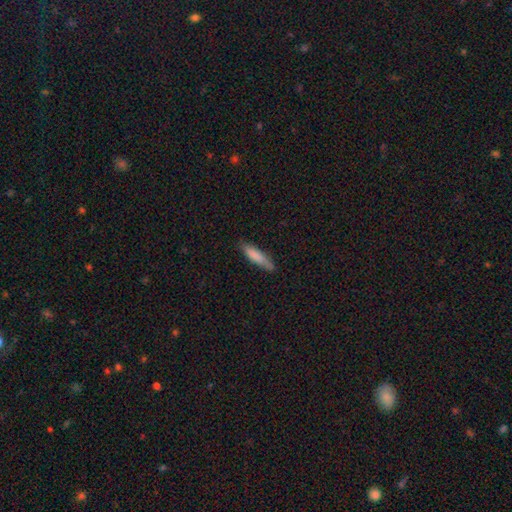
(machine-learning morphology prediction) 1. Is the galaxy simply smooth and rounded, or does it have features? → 82% smooth, 12% featured or disk, 6% star or artifact.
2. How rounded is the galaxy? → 79% cigar-shaped, 20% in between, 1% round.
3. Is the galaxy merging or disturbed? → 82% none, 15% minor disturbance, 2% major disturbance, 1% merger.